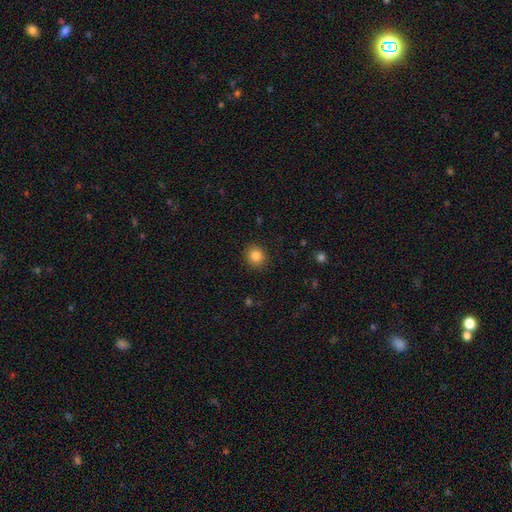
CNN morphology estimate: Smooth or featured? Predicted: smooth (p=0.85). How rounded? Predicted: round (p=0.84). Merging? Predicted: none (p=0.91).